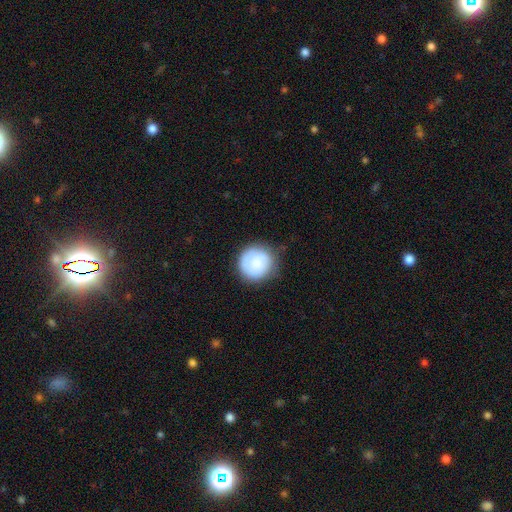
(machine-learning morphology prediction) Smooth or featured?
  - smooth: 74% *
  - featured or disk: 19%
  - star or artifact: 6%
How rounded?
  - round: 93% *
  - in between: 6%
  - cigar-shaped: 1%
Merging?
  - none: 77% *
  - minor disturbance: 16%
  - major disturbance: 5%
  - merger: 2%